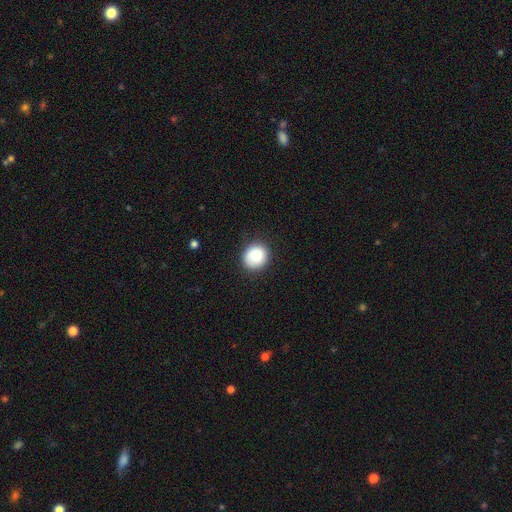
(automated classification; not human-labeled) smooth 86%, star or artifact 8%, featured or disk 6%. Down the decision tree: how rounded — round (82%); merging — none (85%).